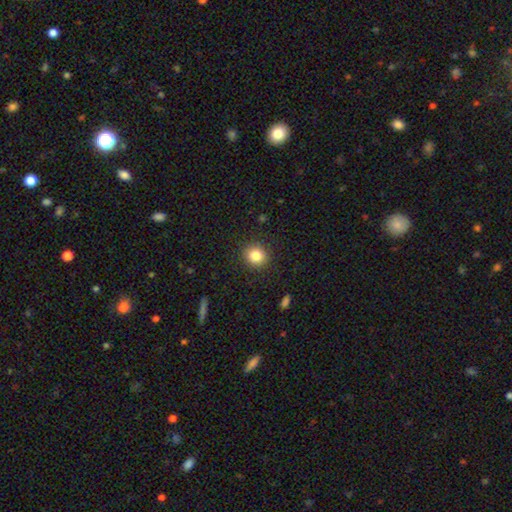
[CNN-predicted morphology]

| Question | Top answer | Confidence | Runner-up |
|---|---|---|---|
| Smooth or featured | smooth | 83% | star or artifact (11%) |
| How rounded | round | 86% | in between (14%) |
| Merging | none | 91% | minor disturbance (6%) |